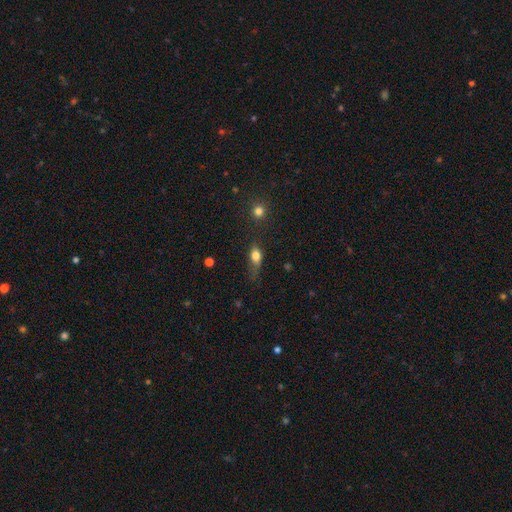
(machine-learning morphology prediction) Smooth or featured: smooth — 73% (featured or disk — 17%)
How rounded: in between — 66% (round — 17%)
Merging: none — 42% (minor disturbance — 33%)